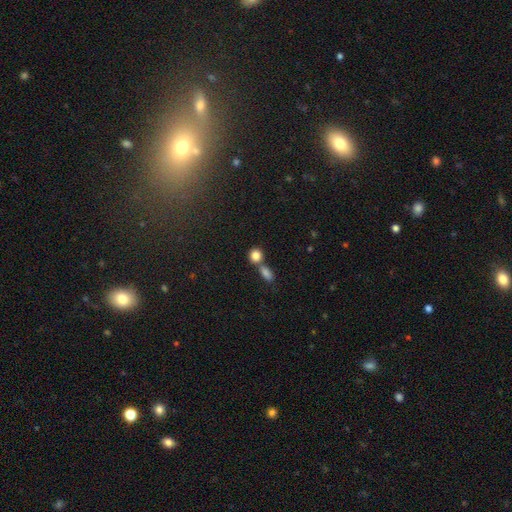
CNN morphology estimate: The model was most divided on "merging": none: 47%, merger: 41%, minor disturbance: 8%, major disturbance: 3%. More confident: smooth or featured — smooth (84%); how rounded — round (74%).